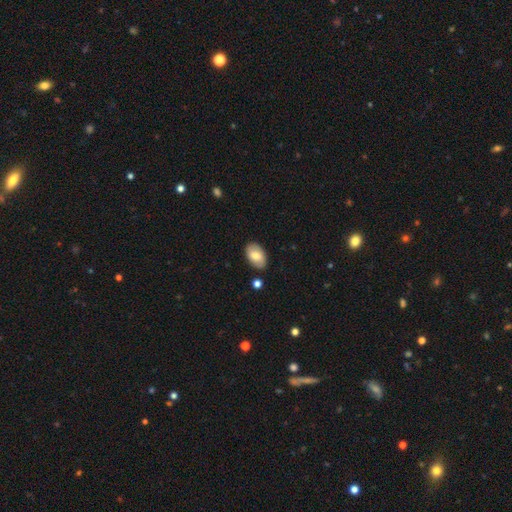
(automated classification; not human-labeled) A smooth galaxy with no disk features (75%) that is in between round and cigar-shaped (92%). Merging: none (83%).